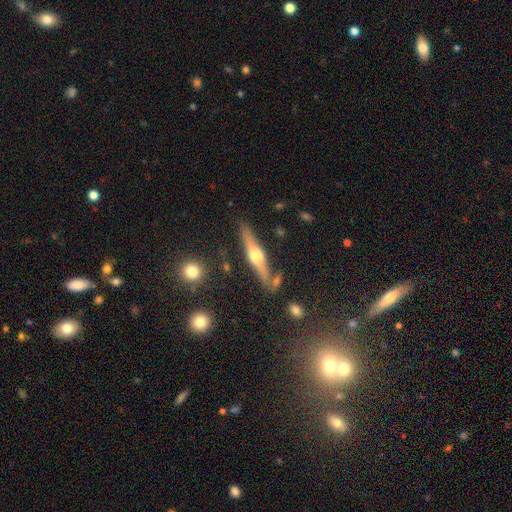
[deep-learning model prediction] This is likely a featured or disk galaxy (68%). It is clearly viewed edge-on (95%). Edge-on bulge: clearly rounded (93%). Merging: likely none (80%).